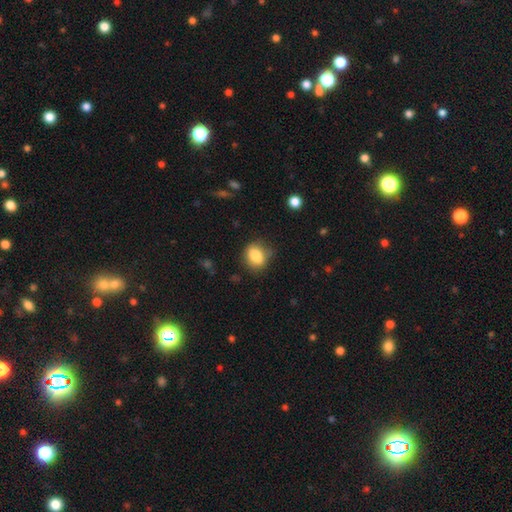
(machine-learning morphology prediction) smooth 82%, featured or disk 9%, star or artifact 9%. Down the decision tree: how rounded — in between (59%); merging — none (76%).